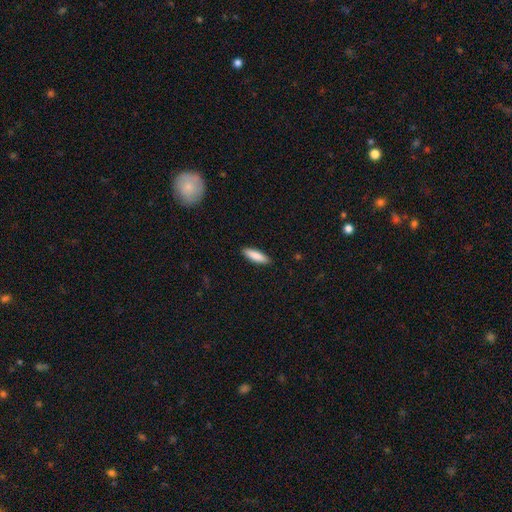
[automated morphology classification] This appears to be a smooth galaxy with no disk features (86%) that is cigar-shaped (58%). Merging: none (90%).